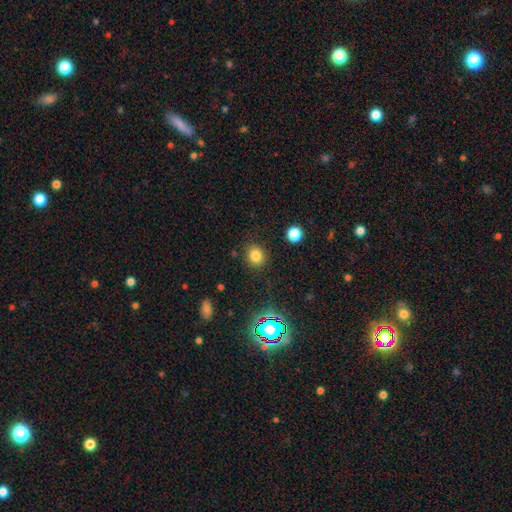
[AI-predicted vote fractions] Q: Smooth or featured?
A: smooth (79%); runner-up: star or artifact (15%)
Q: How rounded?
A: round (82%); runner-up: in between (17%)
Q: Merging?
A: none (87%); runner-up: minor disturbance (8%)